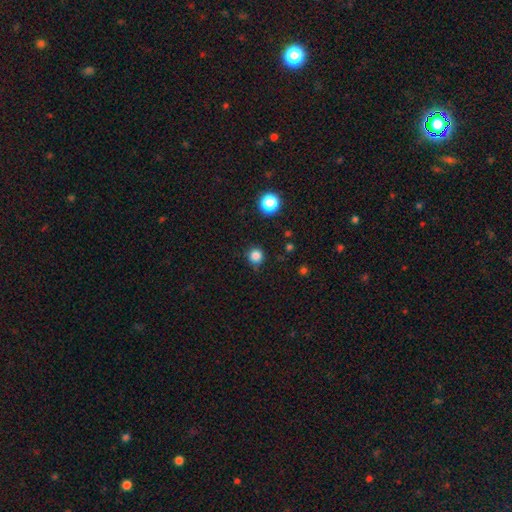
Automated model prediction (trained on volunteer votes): smooth-or-featured: smooth: 83% | star or artifact: 13% | featured or disk: 3%
  how-rounded: round: 92% | in between: 7% | cigar-shaped: 1%
  merging: none: 80% | minor disturbance: 14% | major disturbance: 3% | merger: 2%